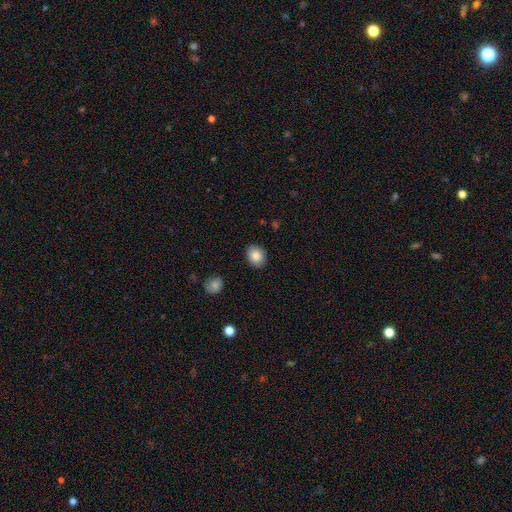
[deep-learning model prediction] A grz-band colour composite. It shows a smooth galaxy with no disk features (86%) that is round (51%). Merging: none (89%).